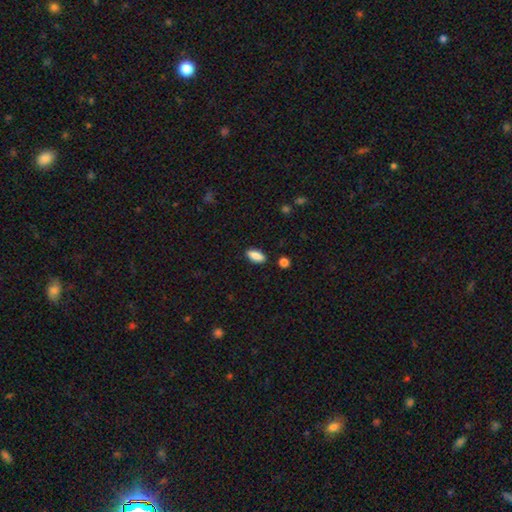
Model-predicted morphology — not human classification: This appears to be a smooth galaxy with no disk features (87%) that is in between round and cigar-shaped (83%). Merging: none (87%).